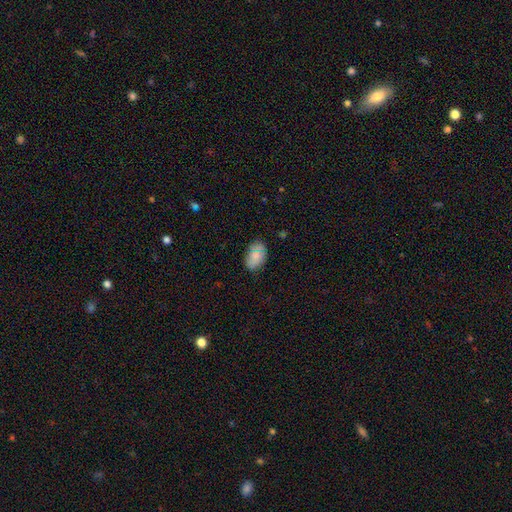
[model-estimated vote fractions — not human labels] smooth-or-featured: smooth: 80% | featured or disk: 13% | star or artifact: 8%
  how-rounded: in between: 90% | round: 9% | cigar-shaped: 1%
  merging: none: 75% | minor disturbance: 19% | major disturbance: 4% | merger: 2%